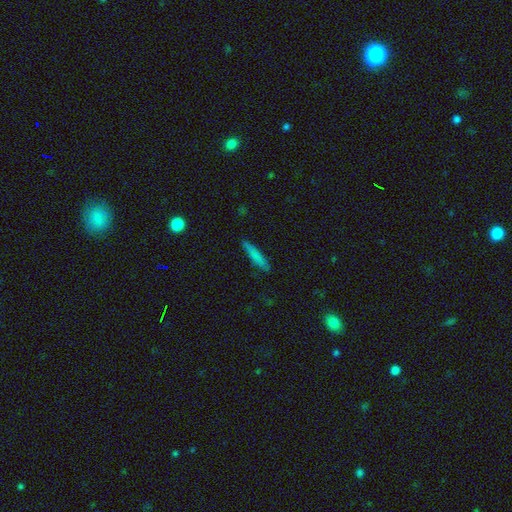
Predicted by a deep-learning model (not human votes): smooth_or_featured: smooth (p=0.77) [alt: featured or disk p=0.16]
how_rounded: cigar-shaped (p=0.89) [alt: in between p=0.09]
merging: none (p=0.85) [alt: minor disturbance p=0.11]